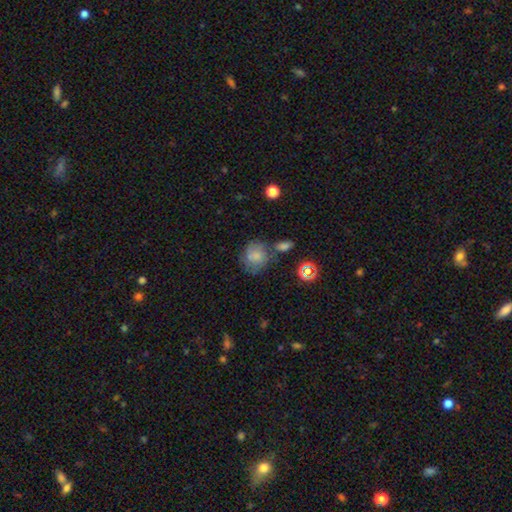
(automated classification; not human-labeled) smooth_or_featured: smooth (p=0.67) [alt: featured or disk p=0.21]
how_rounded: round (p=0.71) [alt: in between p=0.28]
merging: none (p=0.49) [alt: minor disturbance p=0.22]